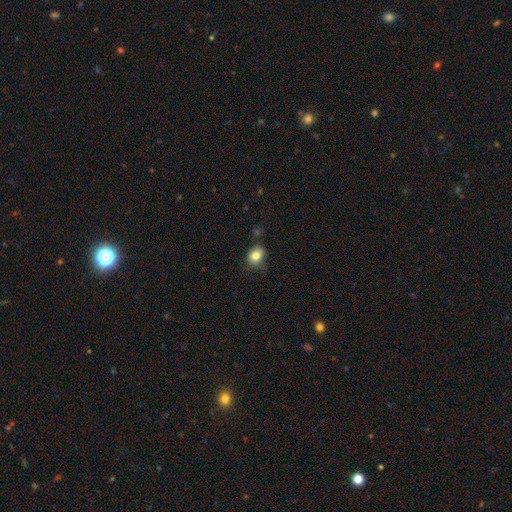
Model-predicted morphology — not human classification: This is clearly a smooth galaxy (83%). How rounded: possibly round (51%). Merging: likely none (70%).